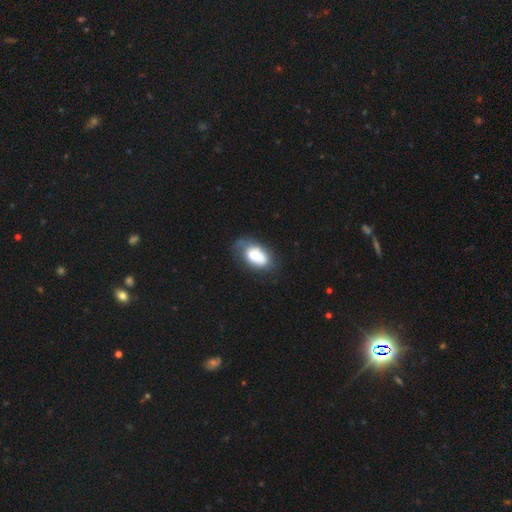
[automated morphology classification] This is likely a smooth galaxy (64%). How rounded: clearly in between (91%). Merging: marginally none (44%).